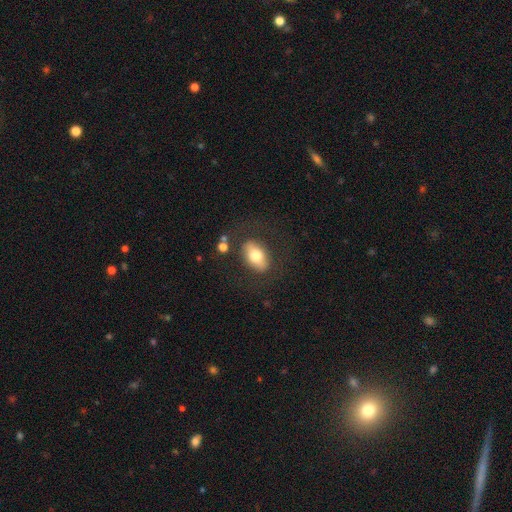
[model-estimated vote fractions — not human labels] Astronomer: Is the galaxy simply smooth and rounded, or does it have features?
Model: smooth — 65%.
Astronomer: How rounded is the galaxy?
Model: in between — 86%.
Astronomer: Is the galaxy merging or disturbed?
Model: none — 77%.